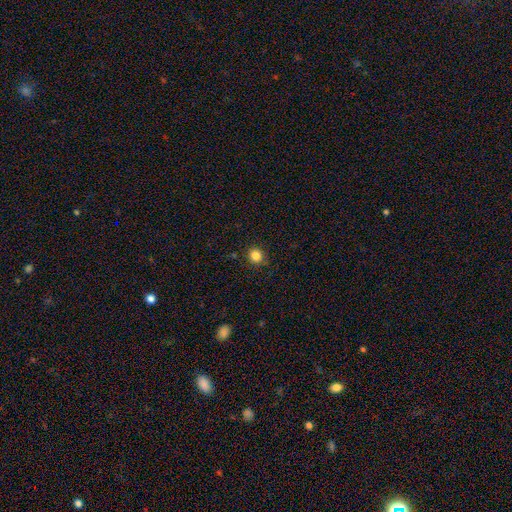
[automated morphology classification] Overall: smooth (84%). How rounded: round (88%). Merging: none (88%).